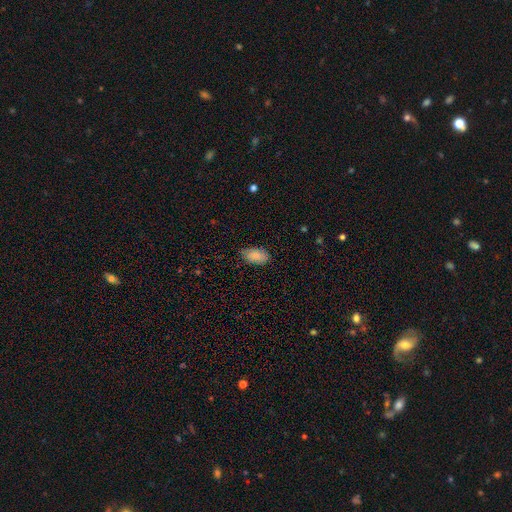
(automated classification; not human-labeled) Q: Smooth or featured?
A: smooth (86%); runner-up: star or artifact (7%)
Q: How rounded?
A: in between (93%); runner-up: round (5%)
Q: Merging?
A: none (80%); runner-up: minor disturbance (17%)